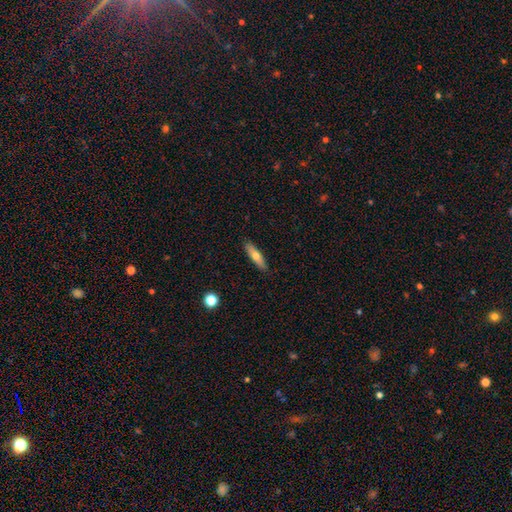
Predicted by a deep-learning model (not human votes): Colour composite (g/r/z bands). It shows a smooth galaxy with no disk features (61%) that is cigar-shaped (69%). Merging: none (89%).